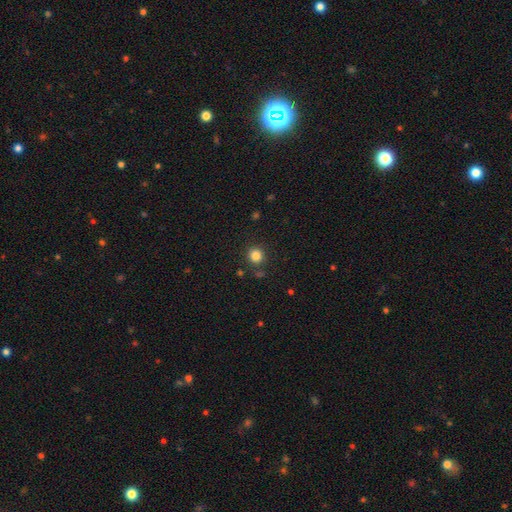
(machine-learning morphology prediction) smooth-or-featured: smooth: 83% | star or artifact: 12% | featured or disk: 5%
  how-rounded: round: 91% | in between: 8% | cigar-shaped: 1%
  merging: none: 86% | minor disturbance: 8% | merger: 4% | major disturbance: 3%